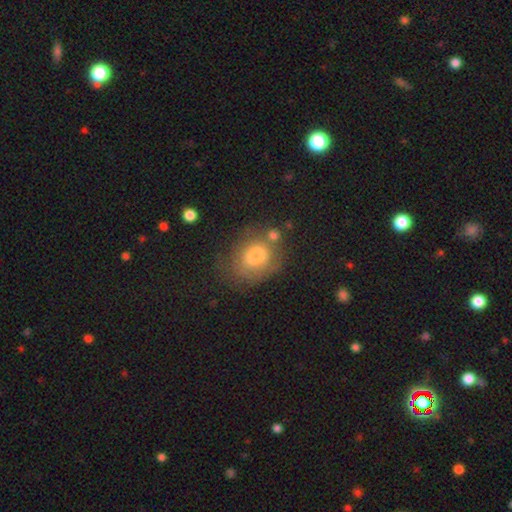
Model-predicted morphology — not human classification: This is likely a smooth galaxy (67%). How rounded: likely in between (63%). Merging: possibly none (51%).